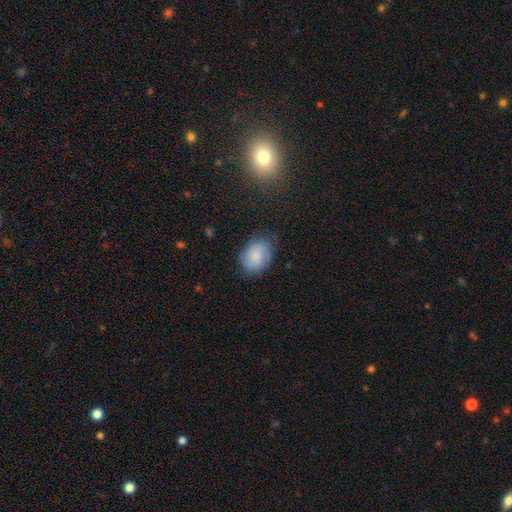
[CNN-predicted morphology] Smooth or featured? Predicted: smooth (p=0.72). How rounded? Predicted: in between (p=0.65). Merging? Predicted: none (p=0.69).